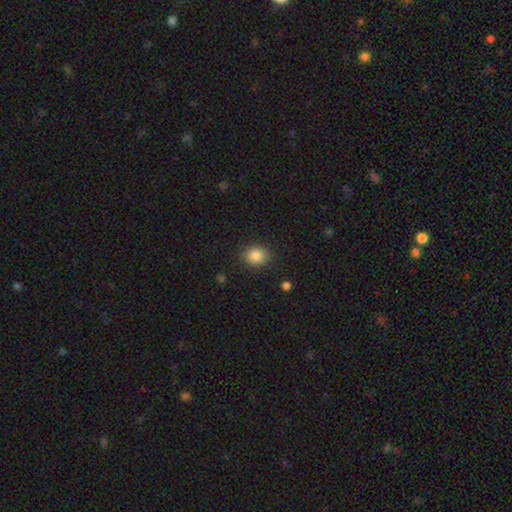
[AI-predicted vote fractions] Smooth or featured?
  - smooth: 86% *
  - star or artifact: 10%
  - featured or disk: 5%
How rounded?
  - round: 67% *
  - in between: 32%
  - cigar-shaped: 1%
Merging?
  - none: 87% *
  - minor disturbance: 9%
  - major disturbance: 3%
  - merger: 1%